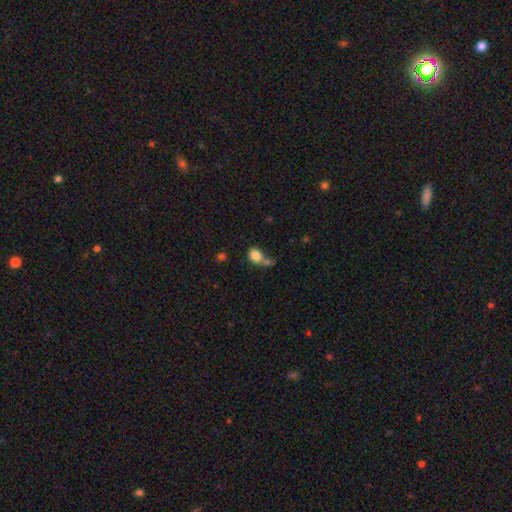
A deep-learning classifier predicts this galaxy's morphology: smooth 83%, star or artifact 10%, featured or disk 7%. Down the decision tree: how rounded — round (50%); merging — none (41%).